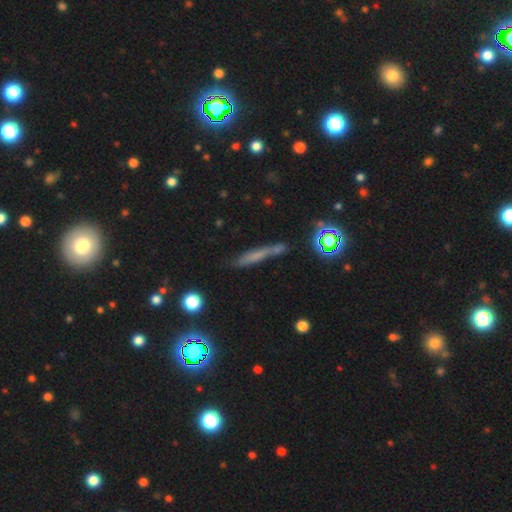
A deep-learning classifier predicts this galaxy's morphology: Smooth or featured? smooth (54%)
How rounded? cigar-shaped (87%)
Merging? none (65%)